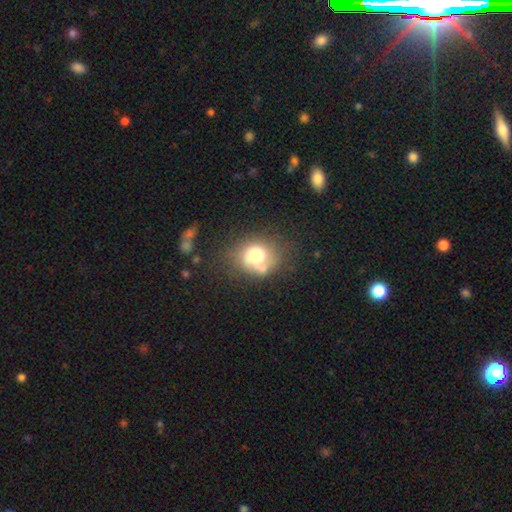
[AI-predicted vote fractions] This appears to be a smooth galaxy with no disk features (60%) that is round (56%). Merging: none (36%).